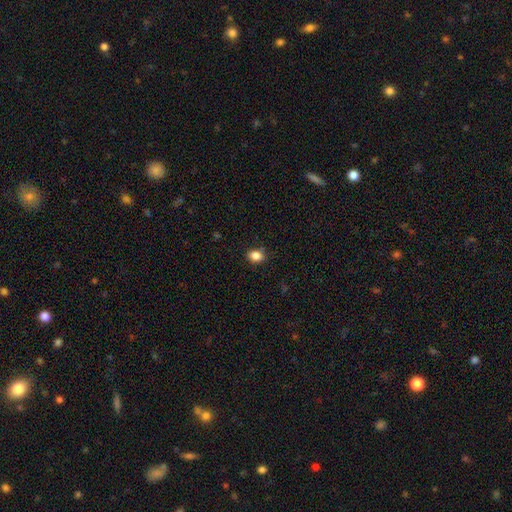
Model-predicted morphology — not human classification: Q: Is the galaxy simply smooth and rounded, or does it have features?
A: smooth — 86%.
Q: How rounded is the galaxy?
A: in between — 66%.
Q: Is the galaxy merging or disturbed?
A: none — 86%.